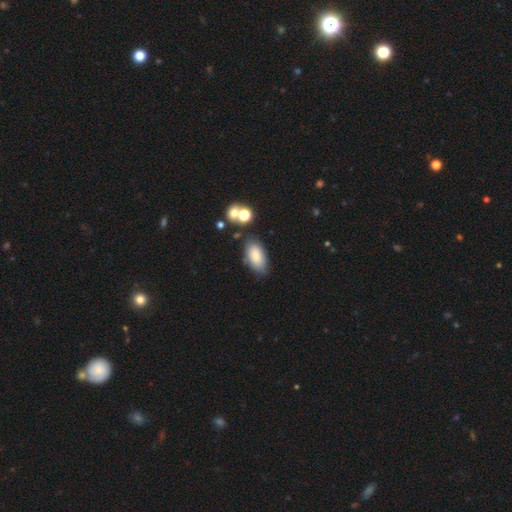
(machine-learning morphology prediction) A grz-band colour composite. It shows a smooth galaxy with no disk features (83%) that is in between round and cigar-shaped (92%). Merging: none (74%).